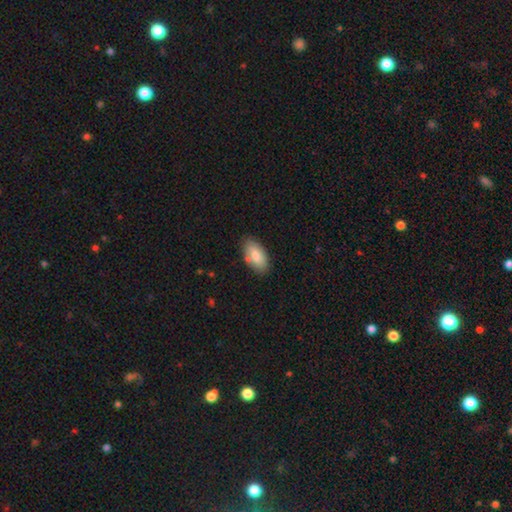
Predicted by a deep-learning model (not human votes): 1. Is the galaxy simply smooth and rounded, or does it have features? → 84% smooth, 10% featured or disk, 6% star or artifact.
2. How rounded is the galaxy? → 93% in between, 4% cigar-shaped, 3% round.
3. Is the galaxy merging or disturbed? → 79% none, 14% minor disturbance, 4% merger, 3% major disturbance.